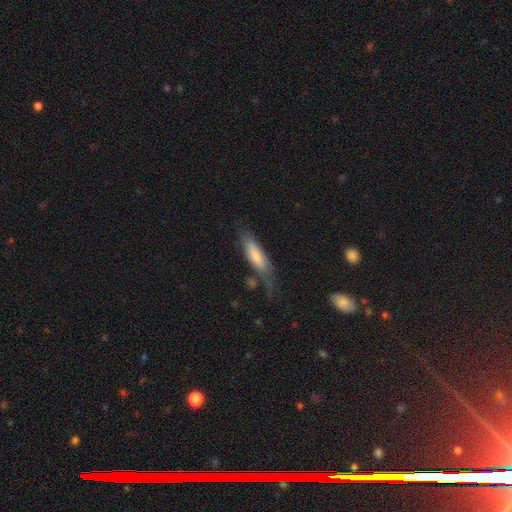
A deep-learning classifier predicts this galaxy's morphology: Smooth or featured? Predicted: smooth (p=0.70). How rounded? Predicted: cigar-shaped (p=0.58). Merging? Predicted: none (p=0.50).